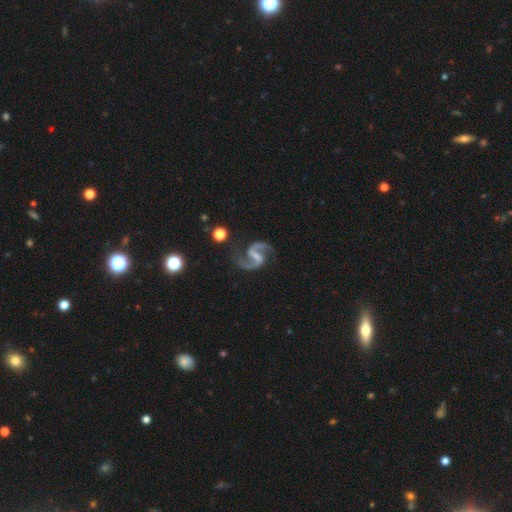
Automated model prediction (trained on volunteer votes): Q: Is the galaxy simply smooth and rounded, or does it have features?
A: featured or disk — 93%.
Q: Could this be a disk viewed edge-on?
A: no — 98%.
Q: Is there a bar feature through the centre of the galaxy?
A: strong — 44%.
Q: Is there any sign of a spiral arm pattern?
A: yes — 98%.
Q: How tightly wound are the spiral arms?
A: medium — 56%.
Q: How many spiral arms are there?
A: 2 — 94%.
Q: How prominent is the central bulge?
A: small — 46%.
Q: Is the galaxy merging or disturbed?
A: none — 79%.